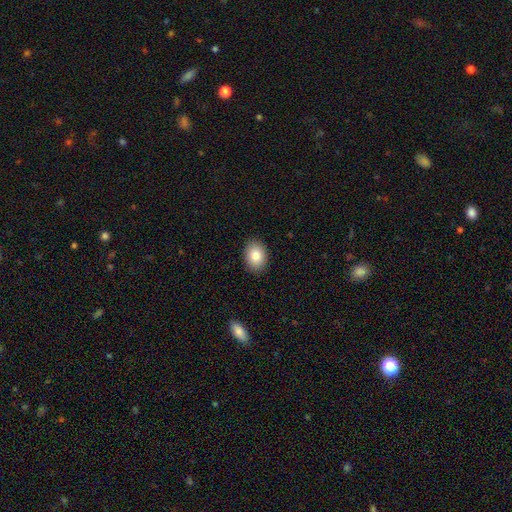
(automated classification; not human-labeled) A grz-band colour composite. It shows a smooth galaxy with no disk features (84%) that is in between round and cigar-shaped (72%). Merging: none (90%).